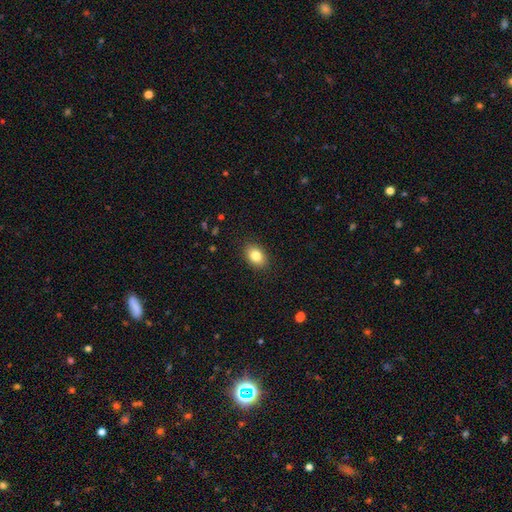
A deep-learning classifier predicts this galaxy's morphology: smooth 83%, star or artifact 9%, featured or disk 8%. Down the decision tree: how rounded — in between (78%); merging — none (88%).